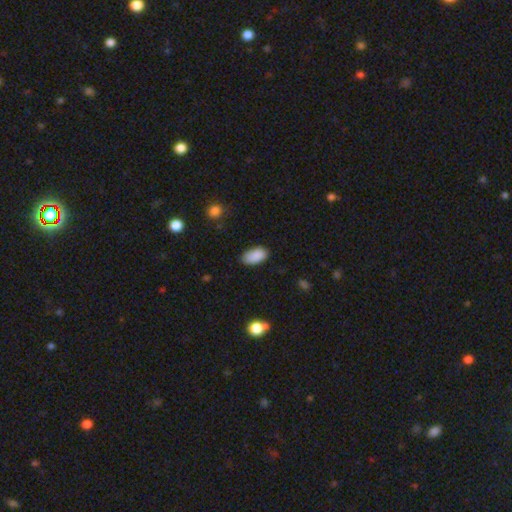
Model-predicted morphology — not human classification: A smooth galaxy with no disk features (89%) that is in between round and cigar-shaped (94%). Merging: none (80%).